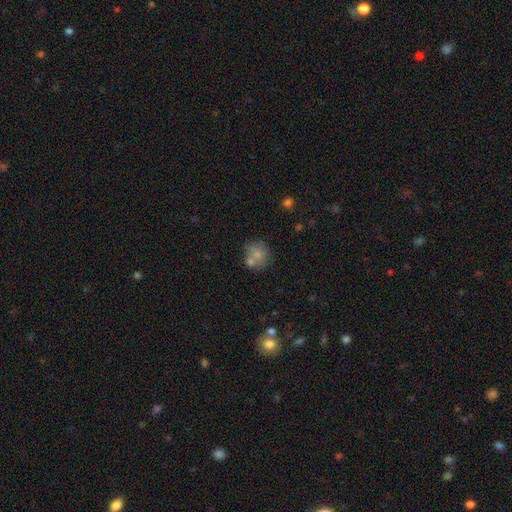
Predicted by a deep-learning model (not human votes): Smooth or featured?
  - smooth: 73% *
  - featured or disk: 16%
  - star or artifact: 10%
How rounded?
  - round: 82% *
  - in between: 17%
  - cigar-shaped: 1%
Merging?
  - none: 53% *
  - merger: 29%
  - minor disturbance: 13%
  - major disturbance: 5%